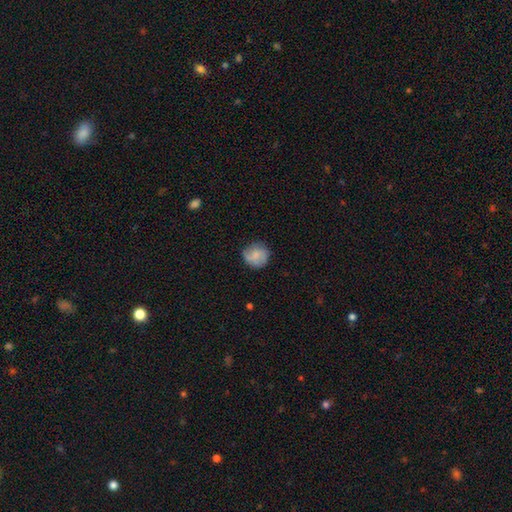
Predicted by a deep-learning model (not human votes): smooth 68%, featured or disk 24%, star or artifact 8%. Down the decision tree: how rounded — round (87%); merging — none (73%).